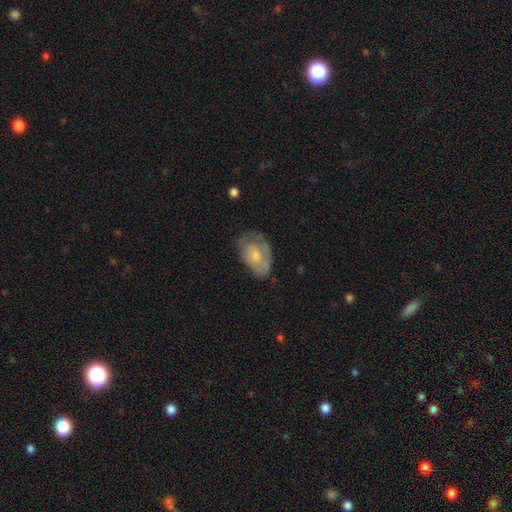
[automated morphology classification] Q: Smooth or featured?
A: smooth (54%); runner-up: featured or disk (39%)
Q: How rounded?
A: in between (87%); runner-up: round (11%)
Q: Merging?
A: none (50%); runner-up: minor disturbance (31%)